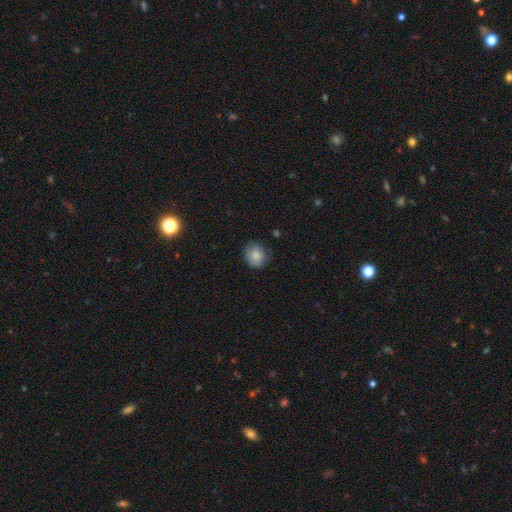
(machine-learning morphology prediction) The model was most divided on "how rounded": round: 77%, in between: 22%, cigar-shaped: 1%. More confident: smooth or featured — smooth (85%); merging — none (77%).